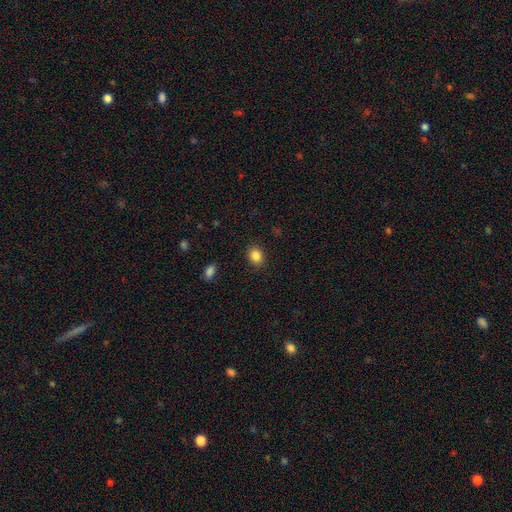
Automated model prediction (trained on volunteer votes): Overall: smooth (86%). How rounded: in between (55%; round 44%). Merging: none (88%).